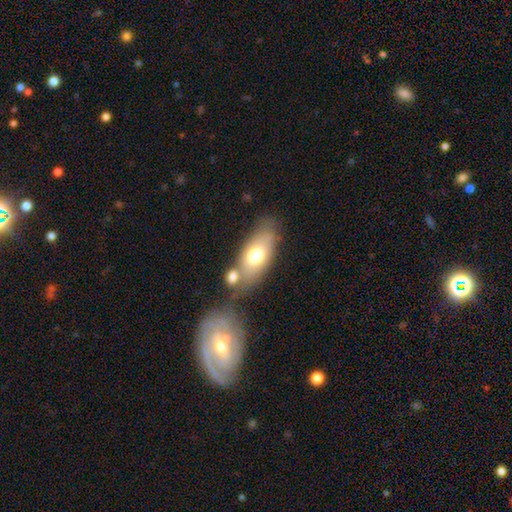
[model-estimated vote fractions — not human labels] smooth 67%, featured or disk 26%, star or artifact 7%. Down the decision tree: how rounded — in between (82%); merging — none (54%).